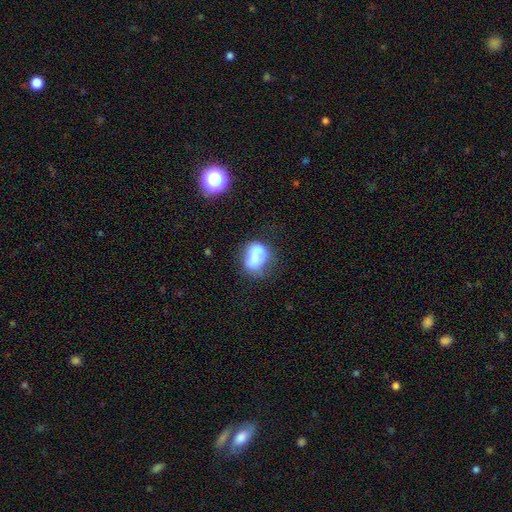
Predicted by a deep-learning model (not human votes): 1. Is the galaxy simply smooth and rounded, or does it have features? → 60% smooth, 31% featured or disk, 9% star or artifact.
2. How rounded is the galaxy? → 64% in between, 34% round, 2% cigar-shaped.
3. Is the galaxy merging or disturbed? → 43% none, 27% minor disturbance, 15% major disturbance, 15% merger.